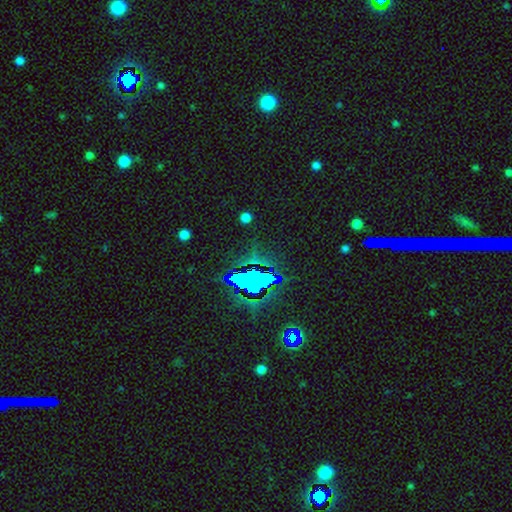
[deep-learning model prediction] Smooth or featured?
  - star or artifact: 82% *
  - smooth: 9%
  - featured or disk: 9%